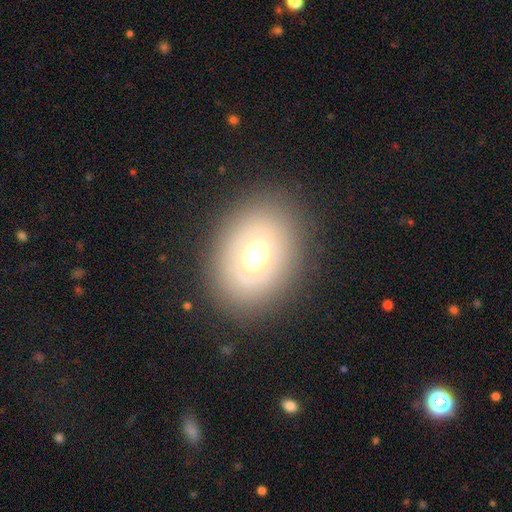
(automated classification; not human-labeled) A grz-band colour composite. It shows a featured or disk galaxy (47%). Merging: none (82%).